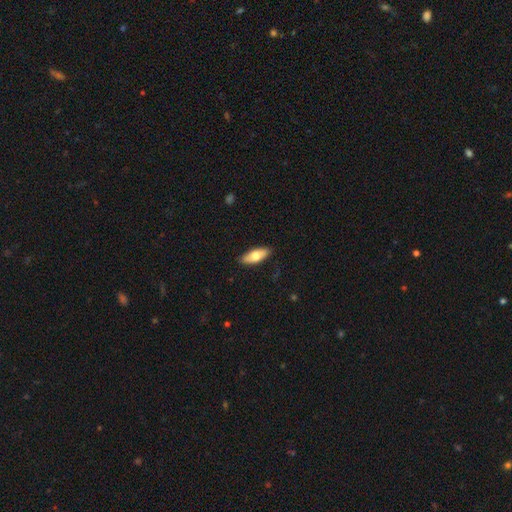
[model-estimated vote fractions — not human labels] A smooth galaxy with no disk features (70%) that is in between round and cigar-shaped (73%).

Vote fractions:
- Smooth or featured? smooth: 70% / featured or disk: 25% / star or artifact: 6%
- How rounded? in between: 73% / cigar-shaped: 24% / round: 2%
- Merging? none: 87% / minor disturbance: 10% / major disturbance: 2% / merger: 1%